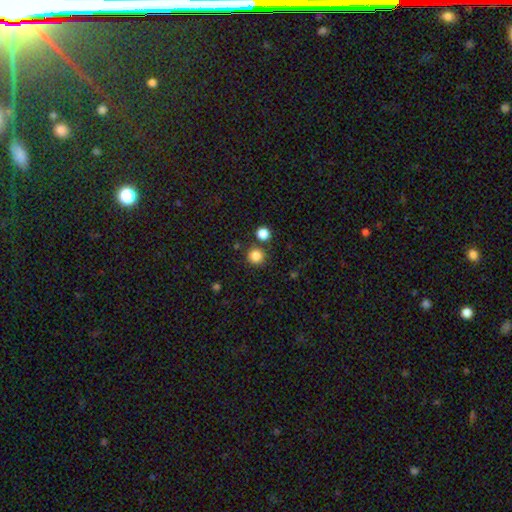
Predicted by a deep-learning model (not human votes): Smooth or featured? smooth (84%)
How rounded? round (94%)
Merging? none (84%)